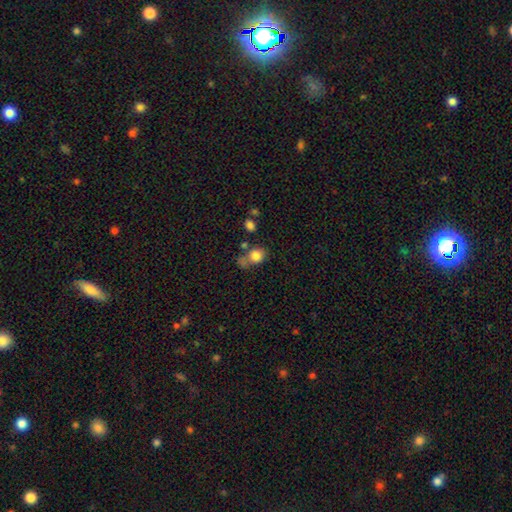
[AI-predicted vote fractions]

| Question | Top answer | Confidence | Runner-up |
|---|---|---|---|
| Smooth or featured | smooth | 80% | star or artifact (10%) |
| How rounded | round | 66% | in between (33%) |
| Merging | none | 43% | merger (21%) |